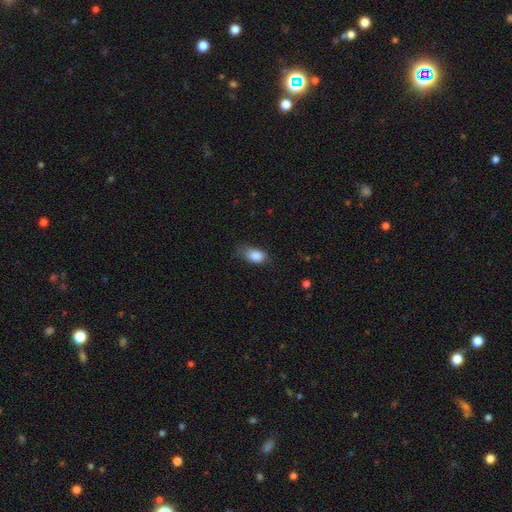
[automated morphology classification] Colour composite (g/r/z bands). It shows a smooth galaxy with no disk features (86%) that is in between round and cigar-shaped (86%). Merging: none (61%).